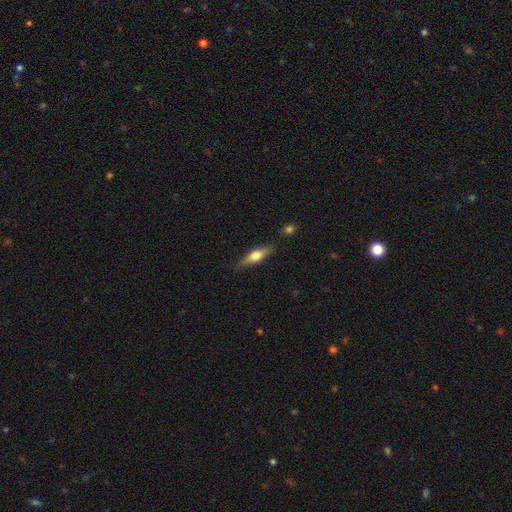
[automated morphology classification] Smooth or featured? smooth (51%)
How rounded? cigar-shaped (58%)
Merging? none (83%)